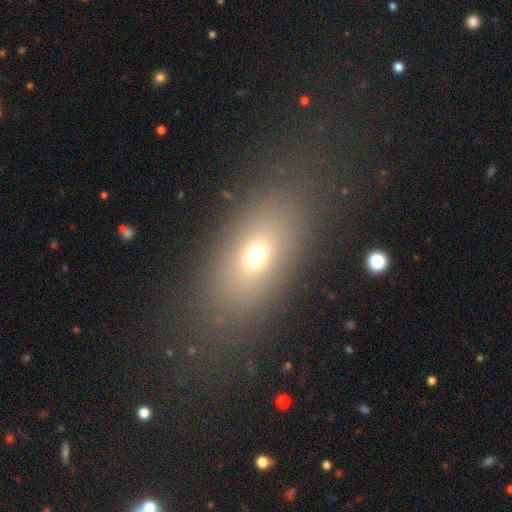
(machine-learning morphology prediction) Smooth or featured? Predicted: smooth (p=0.65). How rounded? Predicted: in between (p=0.77). Merging? Predicted: none (p=0.77).